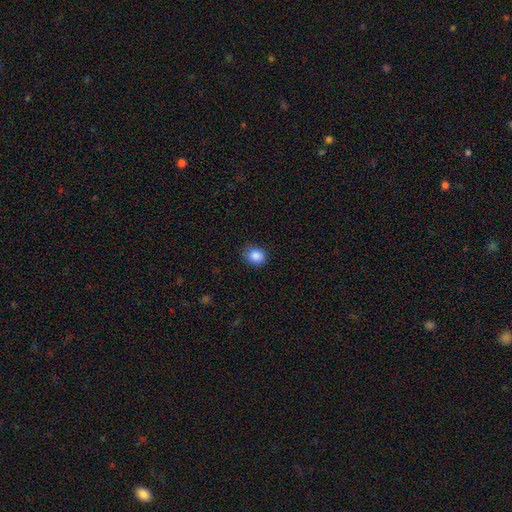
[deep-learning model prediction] Q: Smooth or featured?
A: smooth (87%); runner-up: star or artifact (9%)
Q: How rounded?
A: round (68%); runner-up: in between (31%)
Q: Merging?
A: none (80%); runner-up: minor disturbance (16%)